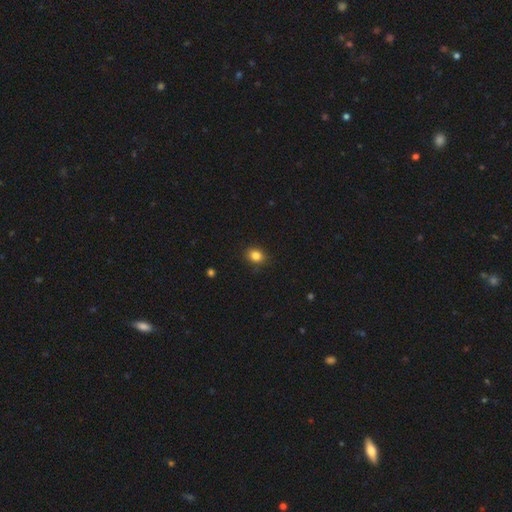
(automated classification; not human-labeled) smooth-or-featured: smooth: 84% | star or artifact: 11% | featured or disk: 5%
  how-rounded: round: 55% | in between: 44% | cigar-shaped: 1%
  merging: none: 86% | minor disturbance: 11% | major disturbance: 2% | merger: 1%